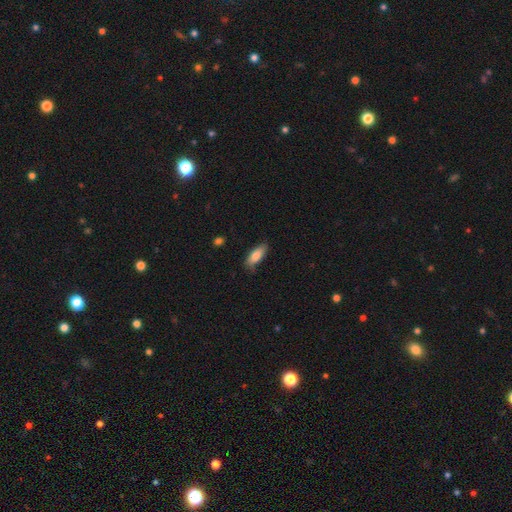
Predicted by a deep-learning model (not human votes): Morphology: type=smooth (82%); roundness=in between (68%); merging=none (79%).